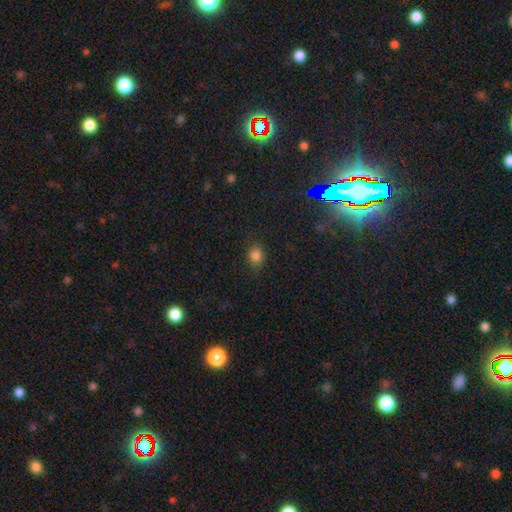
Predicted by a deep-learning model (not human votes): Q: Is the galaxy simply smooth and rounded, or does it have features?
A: smooth — 81%.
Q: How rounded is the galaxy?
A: round — 57%.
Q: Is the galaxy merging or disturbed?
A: none — 84%.